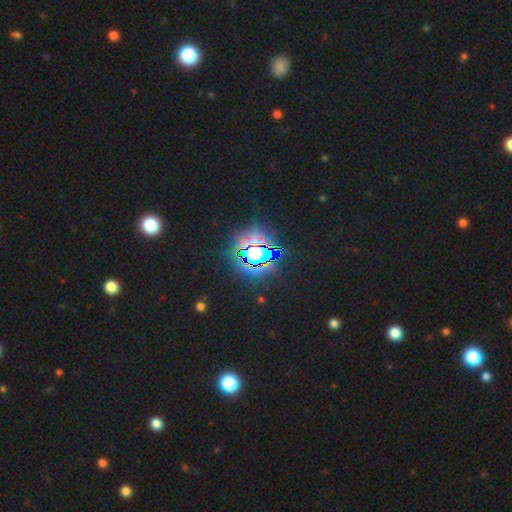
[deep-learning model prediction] Smooth or featured? Predicted: star or artifact (p=0.82).